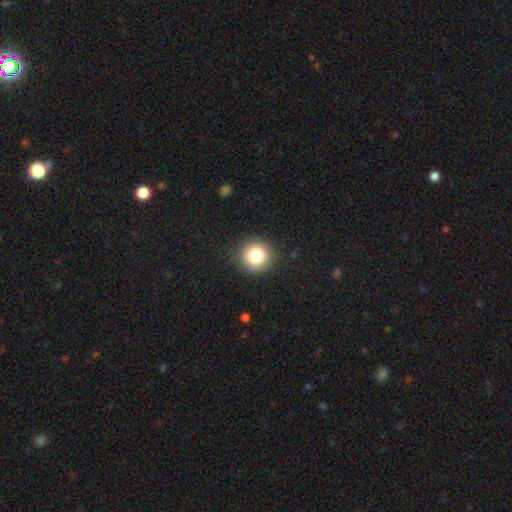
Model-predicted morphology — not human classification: Q: Smooth or featured?
A: smooth (82%); runner-up: star or artifact (11%)
Q: How rounded?
A: round (93%); runner-up: in between (6%)
Q: Merging?
A: none (90%); runner-up: minor disturbance (6%)